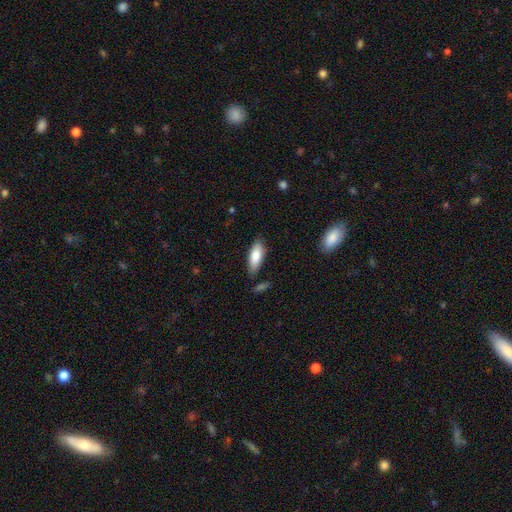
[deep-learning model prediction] smooth-or-featured: smooth: 81% | featured or disk: 13% | star or artifact: 6%
  how-rounded: in between: 71% | cigar-shaped: 27% | round: 2%
  merging: none: 81% | minor disturbance: 13% | merger: 3% | major disturbance: 3%